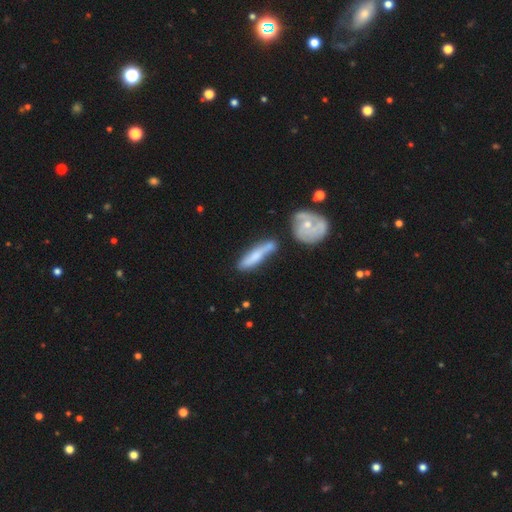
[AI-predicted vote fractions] Smooth or featured: smooth — 56% (featured or disk — 38%)
How rounded: cigar-shaped — 79% (in between — 18%)
Merging: none — 51% (merger — 24%)